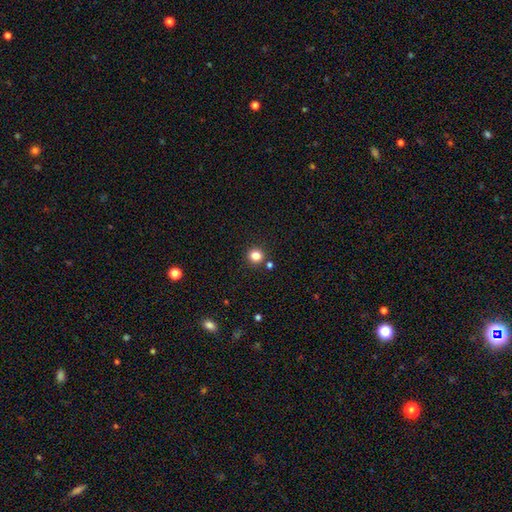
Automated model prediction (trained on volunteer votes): The model was most divided on "smooth or featured": smooth: 82%, star or artifact: 13%, featured or disk: 5%. More confident: how rounded — round (91%); merging — none (87%).